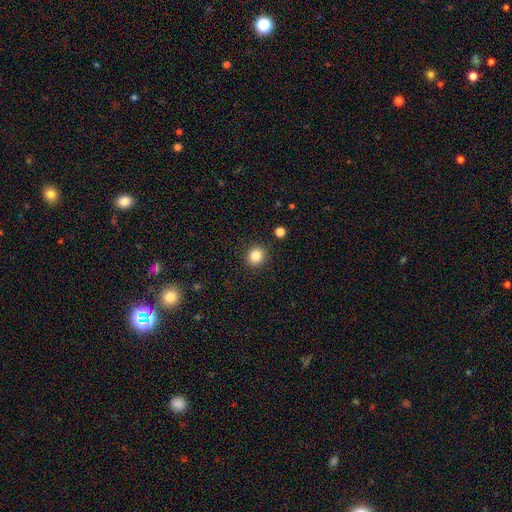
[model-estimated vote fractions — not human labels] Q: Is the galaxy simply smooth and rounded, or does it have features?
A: smooth — 84%.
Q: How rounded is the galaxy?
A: round — 88%.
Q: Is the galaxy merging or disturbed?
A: none — 90%.